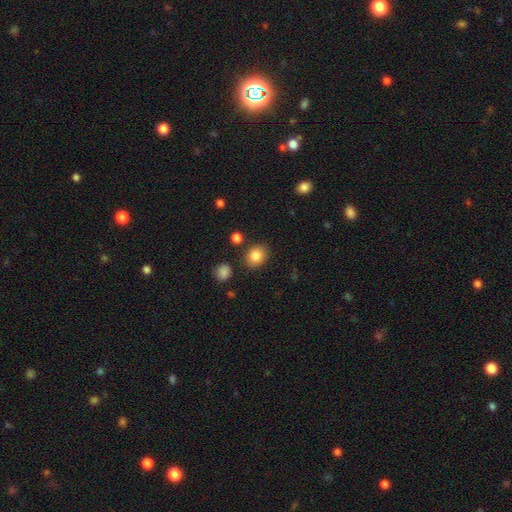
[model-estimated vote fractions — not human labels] A smooth galaxy with no disk features (85%) that is in between round and cigar-shaped (50%). Merging: none (83%).